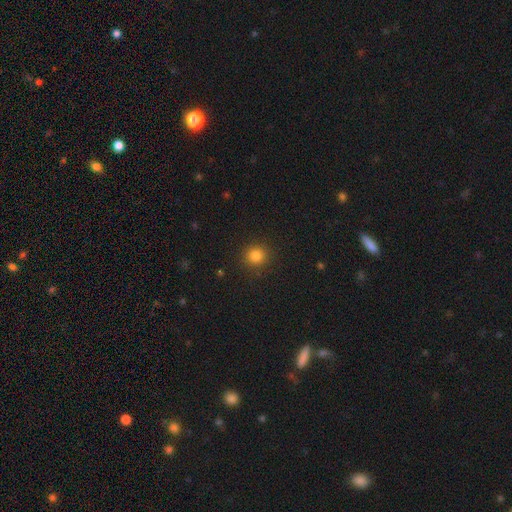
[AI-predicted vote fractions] Morphology: type=smooth (84%); roundness=round (89%); merging=none (89%).